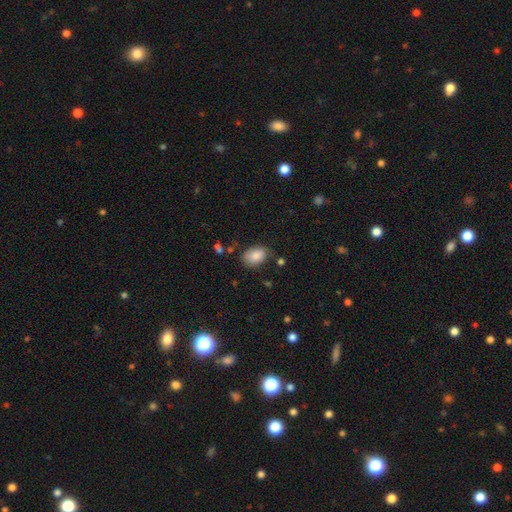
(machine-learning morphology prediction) Smooth or featured? smooth (84%)
How rounded? in between (85%)
Merging? none (73%)